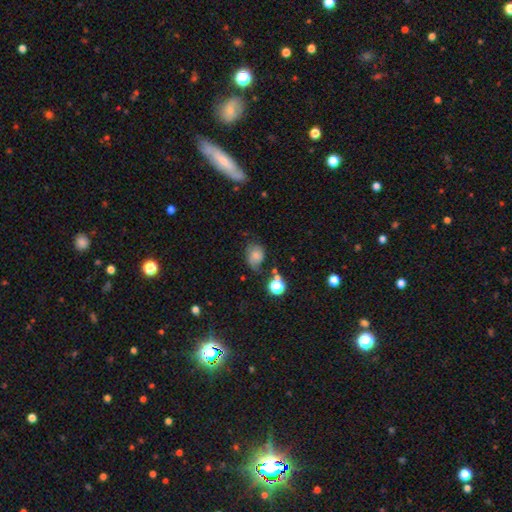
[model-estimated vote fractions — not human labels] This appears to be a smooth galaxy with no disk features (68%) that is in between round and cigar-shaped (53%). Merging: none (53%).